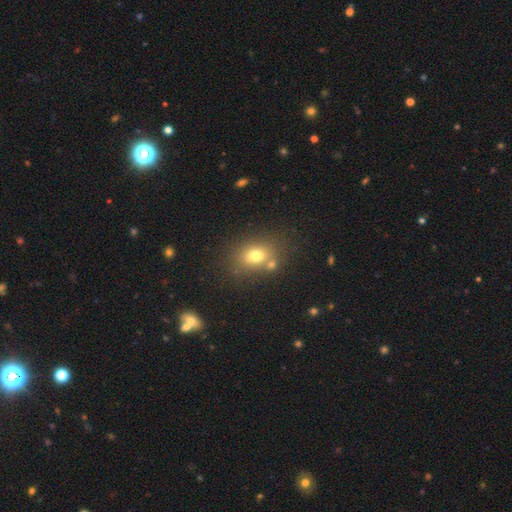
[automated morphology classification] smooth-or-featured: smooth: 73% | star or artifact: 14% | featured or disk: 13%
  how-rounded: in between: 56% | round: 42% | cigar-shaped: 1%
  merging: none: 65% | merger: 18% | minor disturbance: 12% | major disturbance: 5%